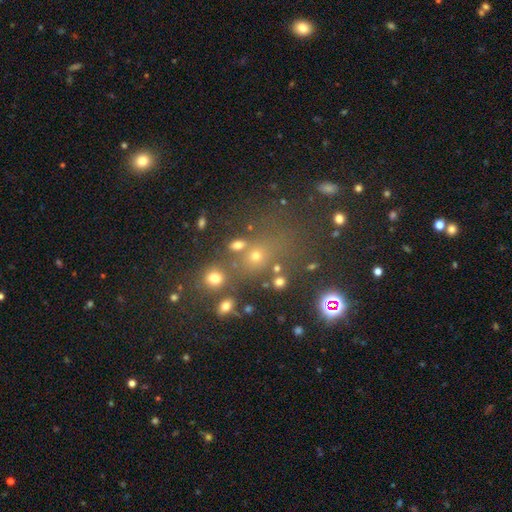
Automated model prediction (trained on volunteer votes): This is possibly a smooth galaxy (50%). How rounded: likely round (62%). Merging: possibly none (58%).